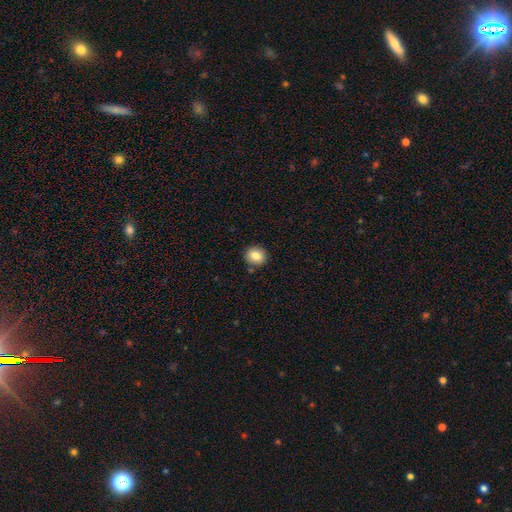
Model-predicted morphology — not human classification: Smooth or featured? Predicted: smooth (p=0.83). How rounded? Predicted: round (p=0.74). Merging? Predicted: none (p=0.86).